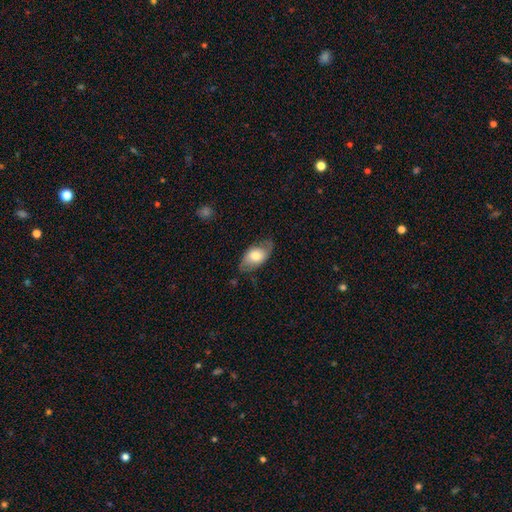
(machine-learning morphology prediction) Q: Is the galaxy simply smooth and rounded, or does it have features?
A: smooth — 58%.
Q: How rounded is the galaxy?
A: in between — 90%.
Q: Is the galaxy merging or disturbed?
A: none — 64%.